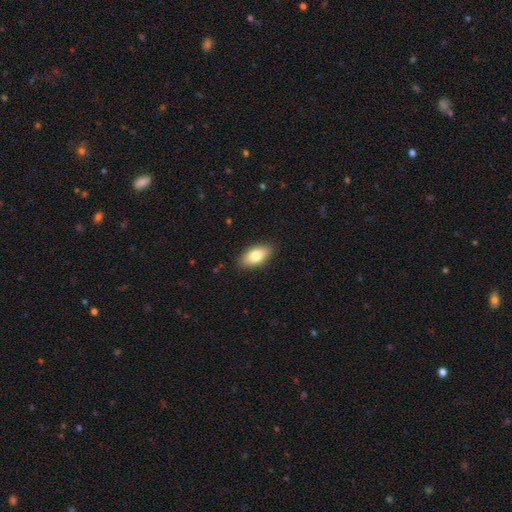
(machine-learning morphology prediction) Smooth or featured?
  - smooth: 79% *
  - featured or disk: 15%
  - star or artifact: 7%
How rounded?
  - in between: 90% *
  - cigar-shaped: 6%
  - round: 4%
Merging?
  - none: 88% *
  - minor disturbance: 9%
  - major disturbance: 2%
  - merger: 1%